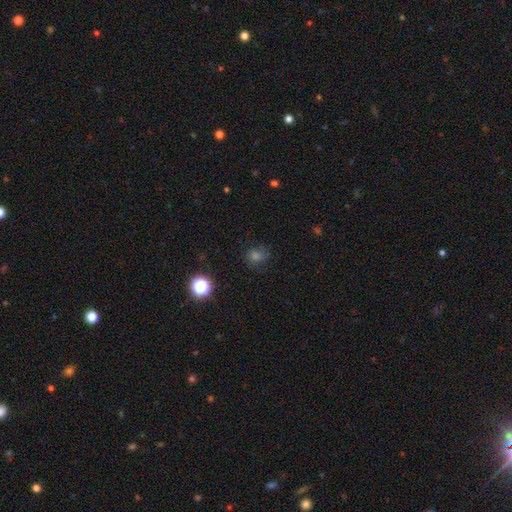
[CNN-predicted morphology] The model was most divided on "smooth or featured": smooth: 58%, star or artifact: 31%, featured or disk: 11%. More confident: how rounded — round (78%); merging — none (73%).